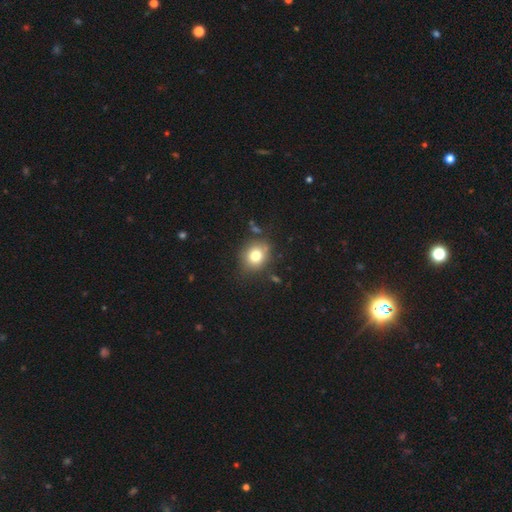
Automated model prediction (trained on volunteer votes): This appears to be a smooth galaxy with no disk features (77%) that is round (69%). Merging: none (79%).